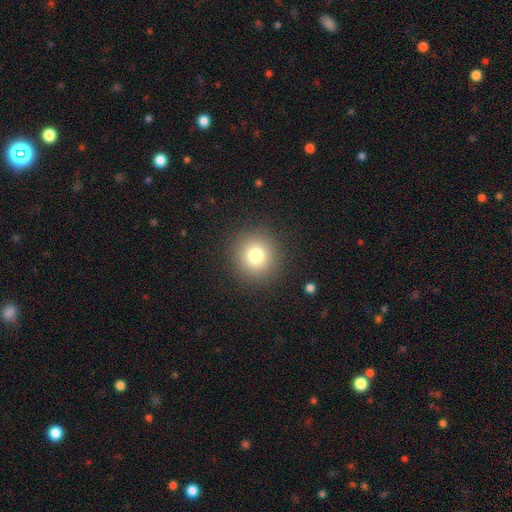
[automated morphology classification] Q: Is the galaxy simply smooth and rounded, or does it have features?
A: smooth — 78%.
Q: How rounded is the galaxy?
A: round — 94%.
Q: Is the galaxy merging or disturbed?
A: none — 90%.